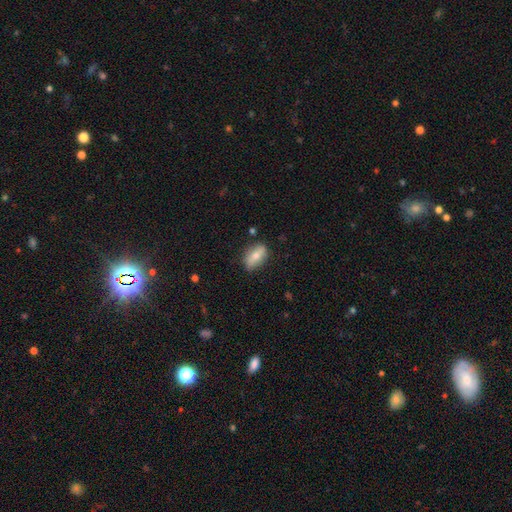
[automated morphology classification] The model was most divided on "smooth or featured": smooth: 64%, featured or disk: 29%, star or artifact: 7%. More confident: how rounded — in between (81%); merging — none (79%).